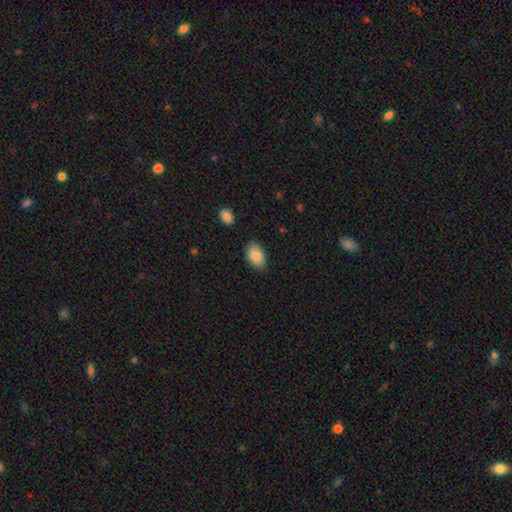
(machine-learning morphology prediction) Q: Smooth or featured?
A: smooth (84%); runner-up: featured or disk (9%)
Q: How rounded?
A: in between (90%); runner-up: round (9%)
Q: Merging?
A: none (81%); runner-up: minor disturbance (15%)